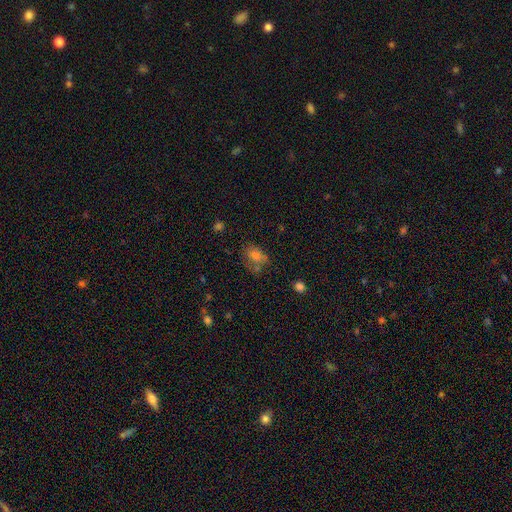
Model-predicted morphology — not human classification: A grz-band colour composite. It shows a smooth galaxy with no disk features (66%) that is in between round and cigar-shaped (60%). Merging: none (55%).